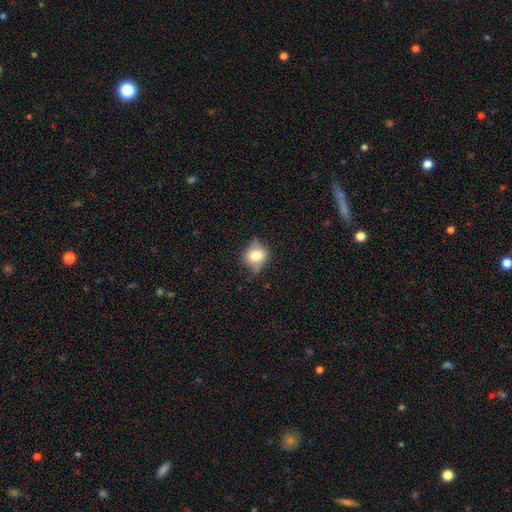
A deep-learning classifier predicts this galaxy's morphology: Overall: smooth (67%). How rounded: round (69%; in between 29%). Merging: none (64%; minor disturbance 27%).